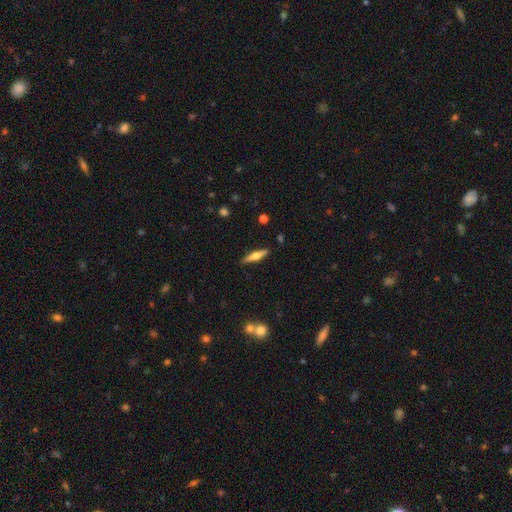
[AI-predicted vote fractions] This appears to be a featured or disk galaxy (52%) viewed edge-on (96%). Merging: none (89%).